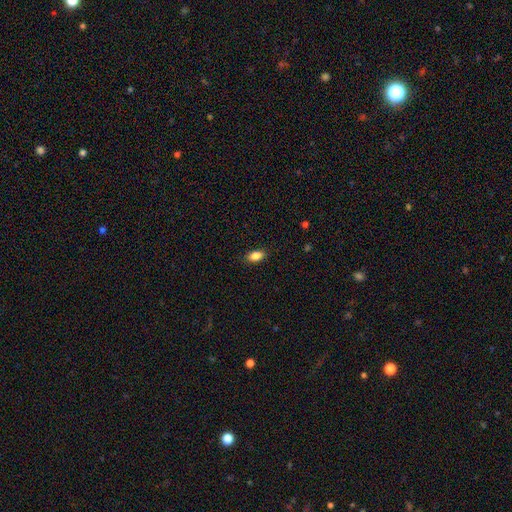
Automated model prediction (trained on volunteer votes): Smooth or featured? Predicted: smooth (p=0.87). How rounded? Predicted: in between (p=0.90). Merging? Predicted: none (p=0.86).